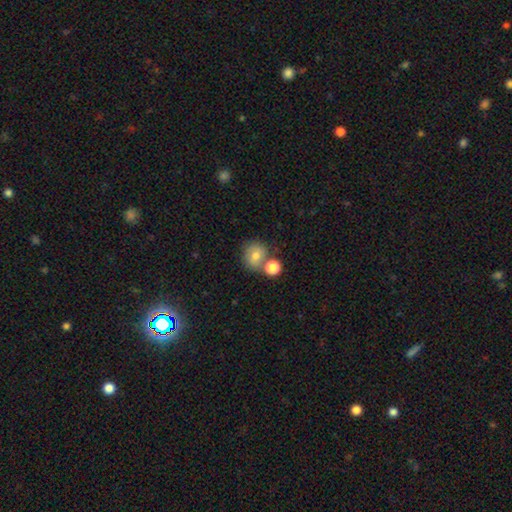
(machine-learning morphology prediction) Q: Smooth or featured?
A: smooth (73%); runner-up: featured or disk (16%)
Q: How rounded?
A: round (79%); runner-up: in between (20%)
Q: Merging?
A: none (56%); runner-up: merger (28%)